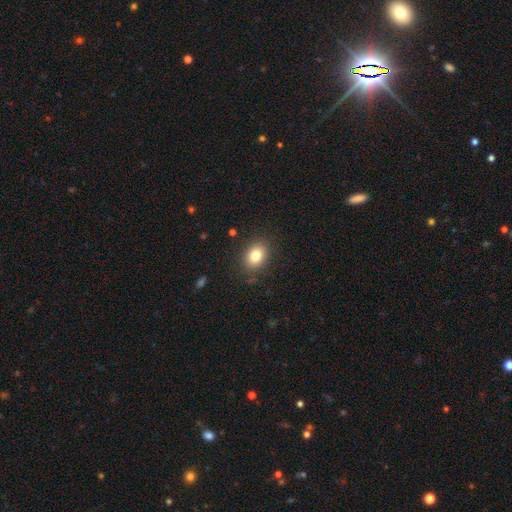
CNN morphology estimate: This appears to be a smooth galaxy with no disk features (81%) that is in between round and cigar-shaped (62%). Merging: none (85%).